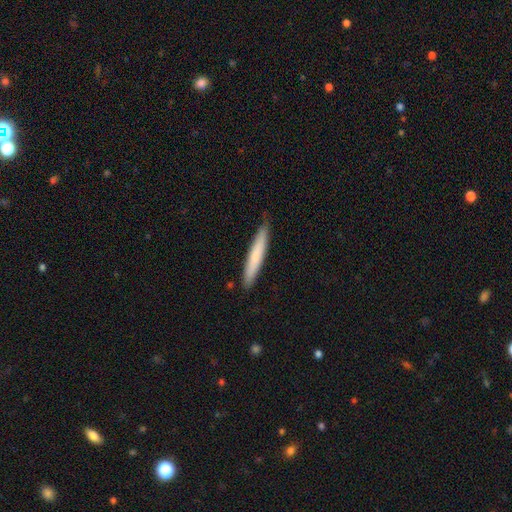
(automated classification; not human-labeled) Morphology: type=smooth (72%); roundness=cigar-shaped (95%); merging=none (88%).